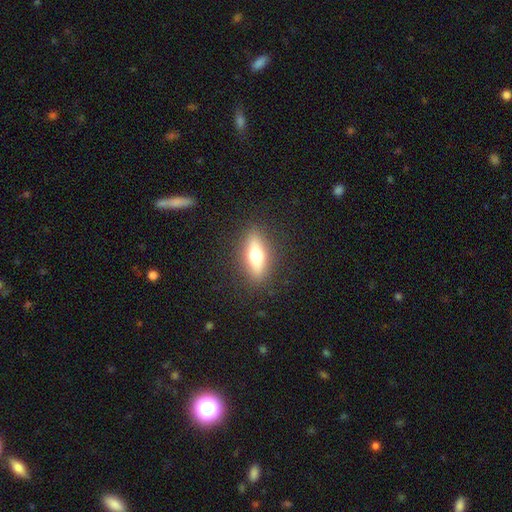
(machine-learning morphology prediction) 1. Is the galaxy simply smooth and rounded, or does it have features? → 55% smooth, 37% featured or disk, 8% star or artifact.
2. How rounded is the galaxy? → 54% in between, 41% cigar-shaped, 5% round.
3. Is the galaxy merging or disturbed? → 87% none, 9% minor disturbance, 3% major disturbance, 1% merger.